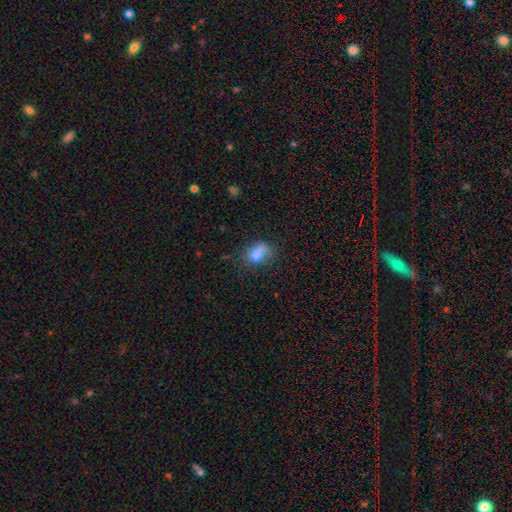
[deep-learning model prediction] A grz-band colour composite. It shows a smooth galaxy with no disk features (72%) that is in between round and cigar-shaped (75%). Merging: none (38%).